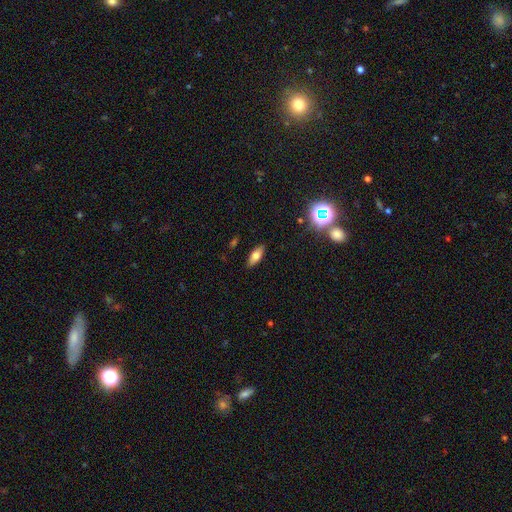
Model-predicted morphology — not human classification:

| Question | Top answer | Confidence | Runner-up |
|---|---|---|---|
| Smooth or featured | smooth | 67% | featured or disk (22%) |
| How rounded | in between | 77% | cigar-shaped (19%) |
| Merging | none | 88% | minor disturbance (9%) |